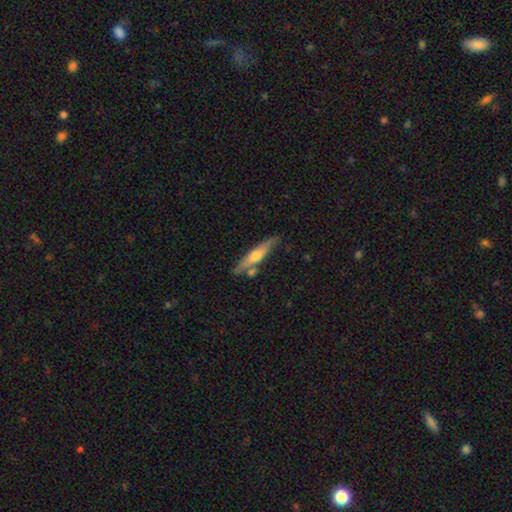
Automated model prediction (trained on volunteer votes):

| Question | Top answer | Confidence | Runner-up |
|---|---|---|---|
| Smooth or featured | featured or disk | 53% | smooth (41%) |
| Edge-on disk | yes | 89% | no (11%) |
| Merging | none | 74% | minor disturbance (14%) |